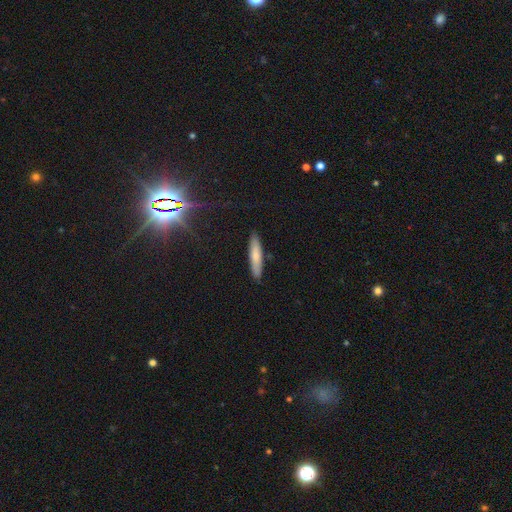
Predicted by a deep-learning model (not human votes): Smooth or featured: smooth — 73% (featured or disk — 20%)
How rounded: cigar-shaped — 85% (in between — 14%)
Merging: none — 88% (minor disturbance — 9%)